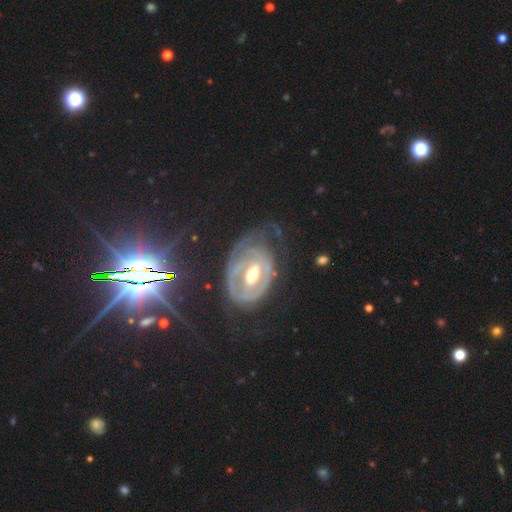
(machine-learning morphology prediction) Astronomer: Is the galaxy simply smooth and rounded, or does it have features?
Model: featured or disk — 78%.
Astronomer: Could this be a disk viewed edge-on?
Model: no — 94%.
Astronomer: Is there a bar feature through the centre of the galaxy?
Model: strong — 40% (runner-up: weak, 39%).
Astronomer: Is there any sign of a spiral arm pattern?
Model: yes — 71%.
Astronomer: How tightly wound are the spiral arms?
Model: tight — 60%.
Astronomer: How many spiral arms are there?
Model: can't tell — 41% (runner-up: 2, 34%).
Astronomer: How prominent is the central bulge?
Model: moderate — 69%.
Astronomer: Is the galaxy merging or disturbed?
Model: none — 54%.